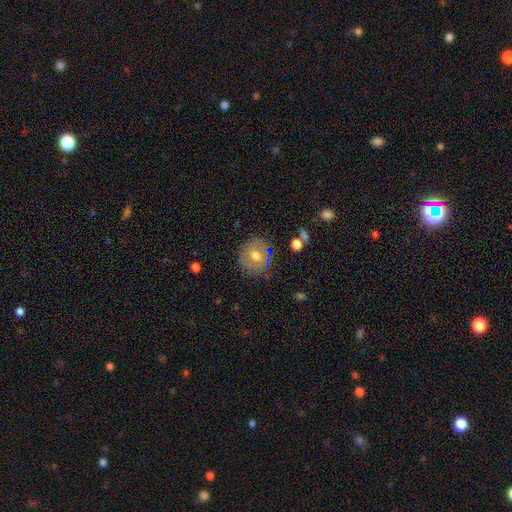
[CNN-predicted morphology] Smooth or featured?
  - smooth: 59% *
  - featured or disk: 30%
  - star or artifact: 10%
How rounded?
  - round: 82% *
  - in between: 17%
  - cigar-shaped: 1%
Merging?
  - none: 77% *
  - minor disturbance: 15%
  - major disturbance: 5%
  - merger: 3%